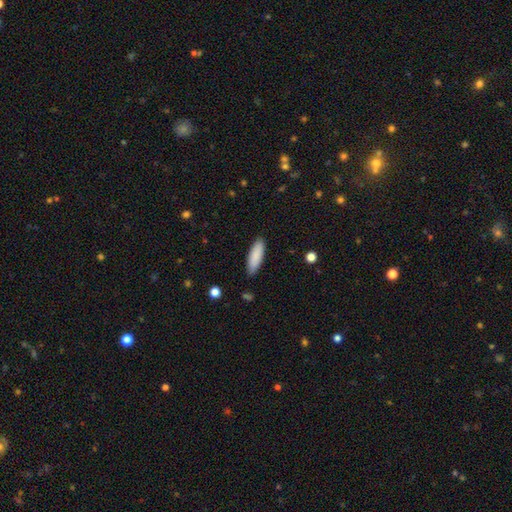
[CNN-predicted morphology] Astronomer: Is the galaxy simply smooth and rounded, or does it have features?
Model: smooth — 88%.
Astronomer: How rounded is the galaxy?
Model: in between — 51% (runner-up: cigar-shaped, 48%).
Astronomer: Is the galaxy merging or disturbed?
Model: none — 88%.